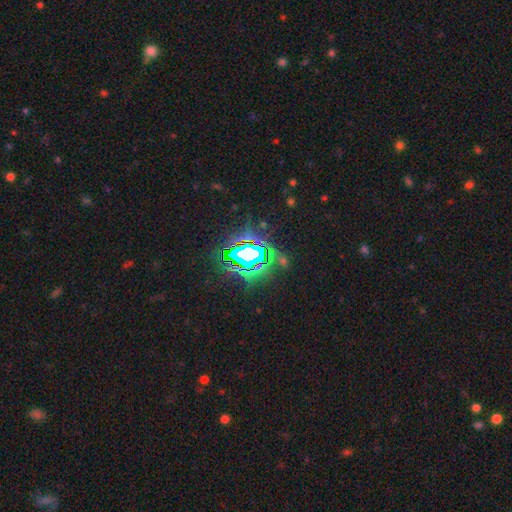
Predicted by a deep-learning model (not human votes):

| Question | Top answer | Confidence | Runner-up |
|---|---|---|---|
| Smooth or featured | star or artifact | 80% | smooth (10%) |